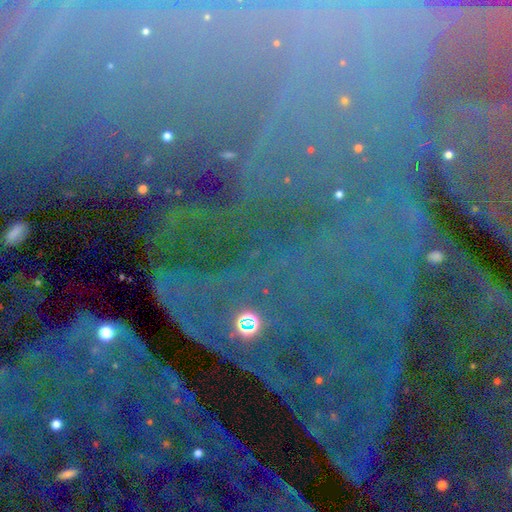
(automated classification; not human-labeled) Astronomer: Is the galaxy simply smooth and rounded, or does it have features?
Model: star or artifact — 87%.